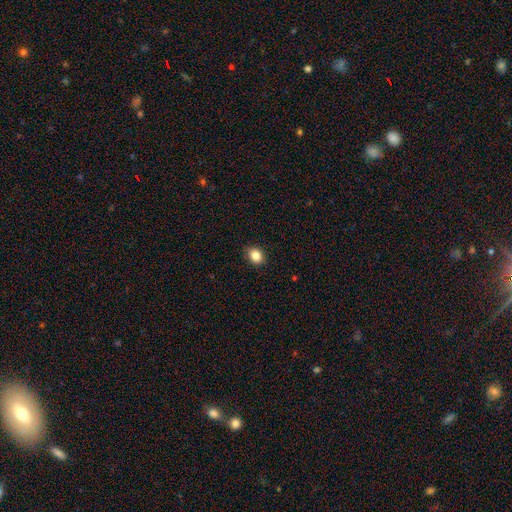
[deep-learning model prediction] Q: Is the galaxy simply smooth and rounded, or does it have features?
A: smooth — 85%.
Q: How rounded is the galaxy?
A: in between — 61%.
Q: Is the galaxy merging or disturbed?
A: none — 87%.